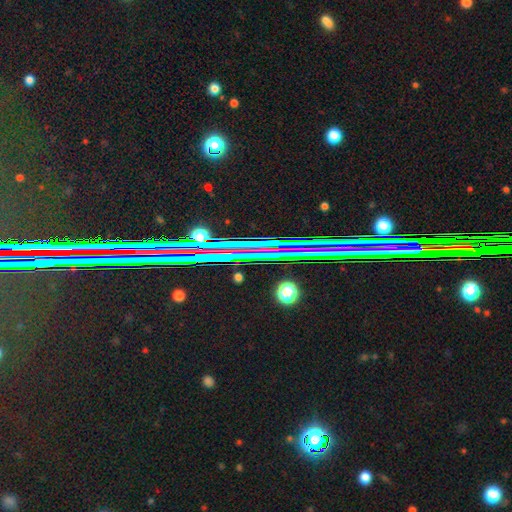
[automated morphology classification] smooth_or_featured: star or artifact (p=0.80) [alt: featured or disk p=0.12]